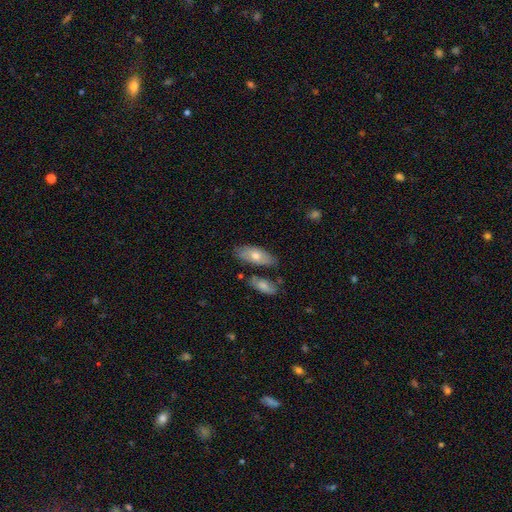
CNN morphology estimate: Overall: smooth (62%; featured or disk 31%). How rounded: in between (84%). Merging: none (70%).